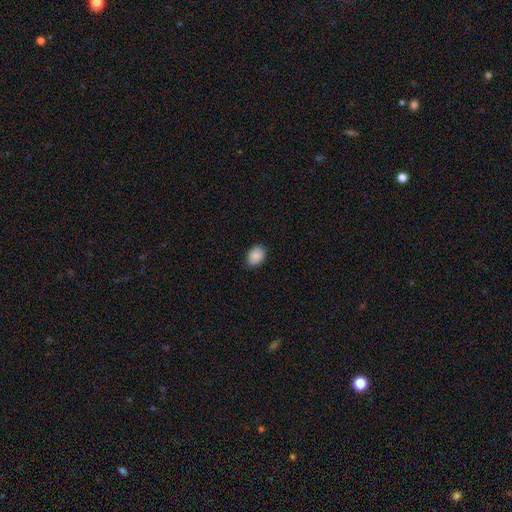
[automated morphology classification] type=smooth (88%); roundness=in between (72%); merging=none (79%).